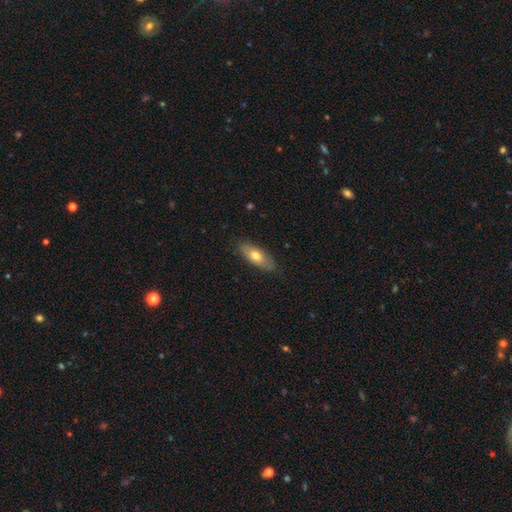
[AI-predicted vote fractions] Smooth or featured? smooth (67%)
How rounded? in between (73%)
Merging? none (81%)